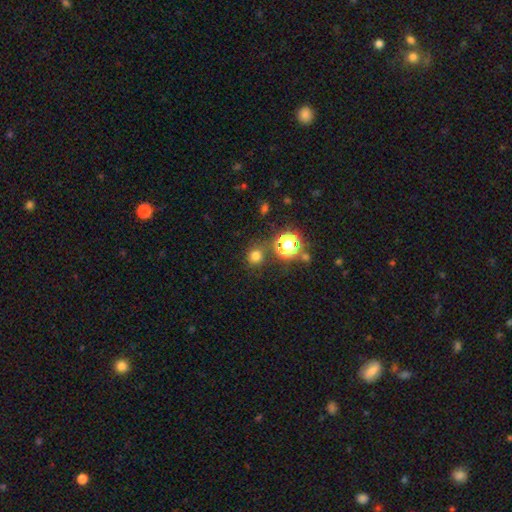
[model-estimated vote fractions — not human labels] smooth 71%, star or artifact 24%, featured or disk 6%. Down the decision tree: how rounded — round (89%); merging — none (81%).